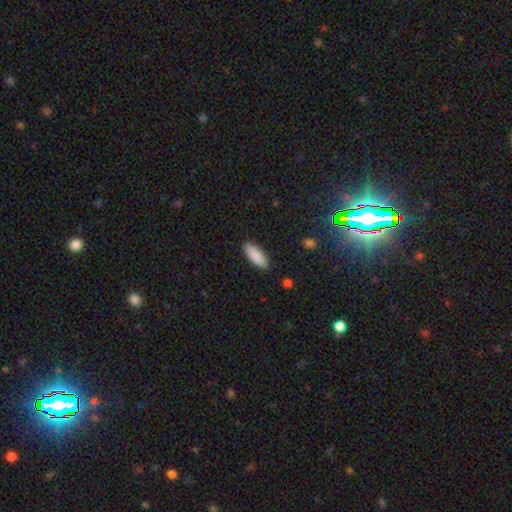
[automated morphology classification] Smooth or featured: smooth — 89% (star or artifact — 6%)
How rounded: in between — 73% (cigar-shaped — 25%)
Merging: none — 89% (minor disturbance — 8%)